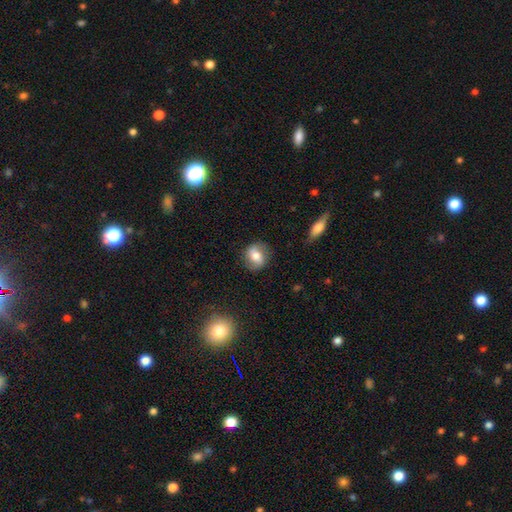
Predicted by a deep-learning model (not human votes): smooth_or_featured: smooth (p=0.58) [alt: featured or disk p=0.34]
how_rounded: round (p=0.60) [alt: in between p=0.38]
merging: none (p=0.80) [alt: minor disturbance p=0.14]